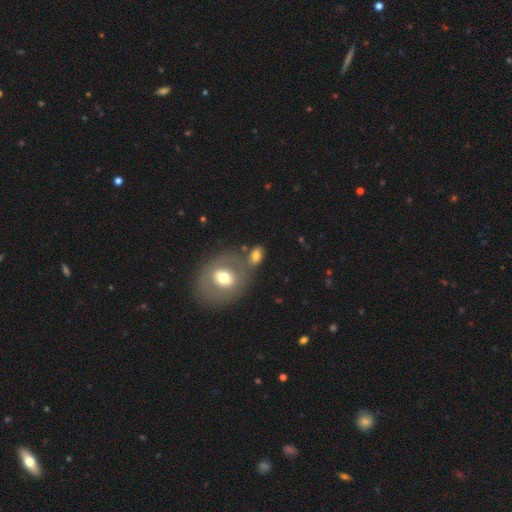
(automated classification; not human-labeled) smooth 70%, featured or disk 20%, star or artifact 10%. Down the decision tree: how rounded — in between (71%); merging — none (50%).